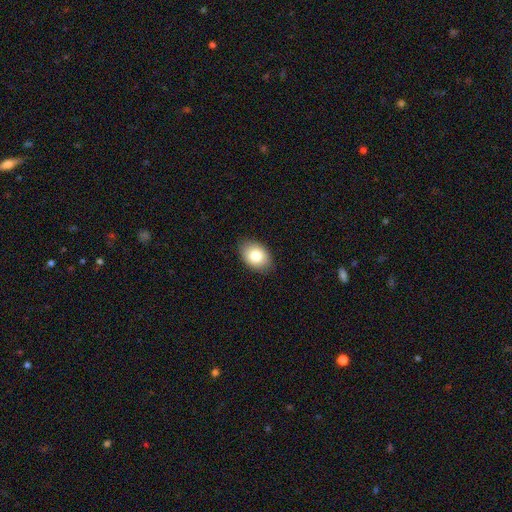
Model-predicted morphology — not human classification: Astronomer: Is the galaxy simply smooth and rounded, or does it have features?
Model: smooth — 82%.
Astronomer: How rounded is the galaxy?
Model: in between — 81%.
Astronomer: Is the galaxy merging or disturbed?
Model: none — 86%.